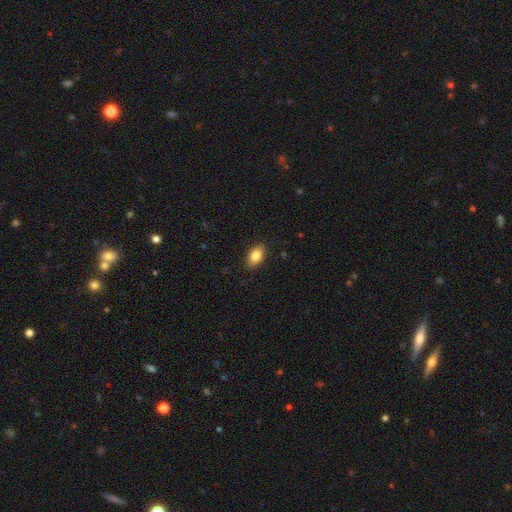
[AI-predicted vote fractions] Smooth or featured? smooth (84%)
How rounded? in between (90%)
Merging? none (87%)